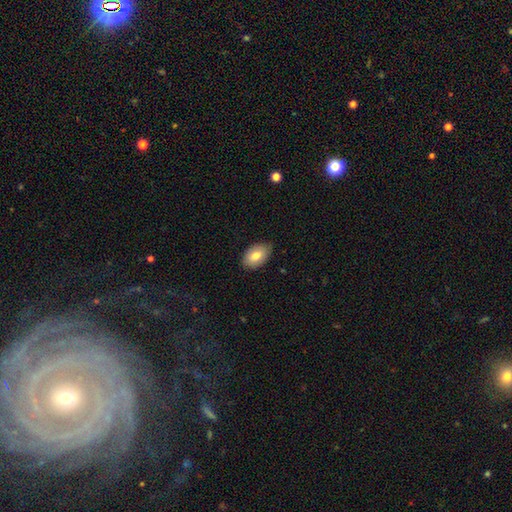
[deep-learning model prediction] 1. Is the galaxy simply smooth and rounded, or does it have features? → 78% smooth, 16% featured or disk, 7% star or artifact.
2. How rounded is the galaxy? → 90% in between, 8% round, 1% cigar-shaped.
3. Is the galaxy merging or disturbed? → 82% none, 15% minor disturbance, 2% major disturbance, 1% merger.